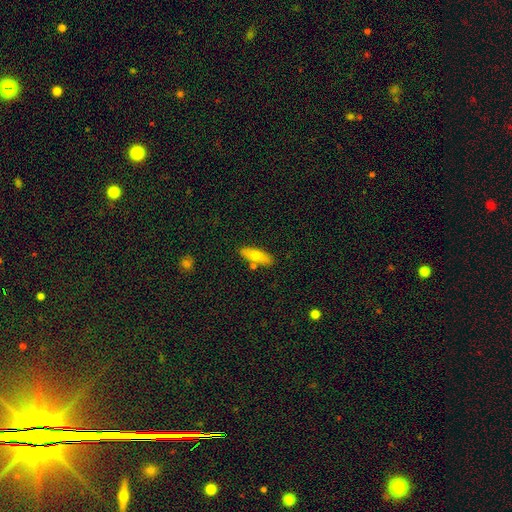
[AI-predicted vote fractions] Q: Smooth or featured?
A: smooth (67%); runner-up: featured or disk (26%)
Q: How rounded?
A: in between (55%); runner-up: cigar-shaped (42%)
Q: Merging?
A: none (78%); runner-up: minor disturbance (12%)